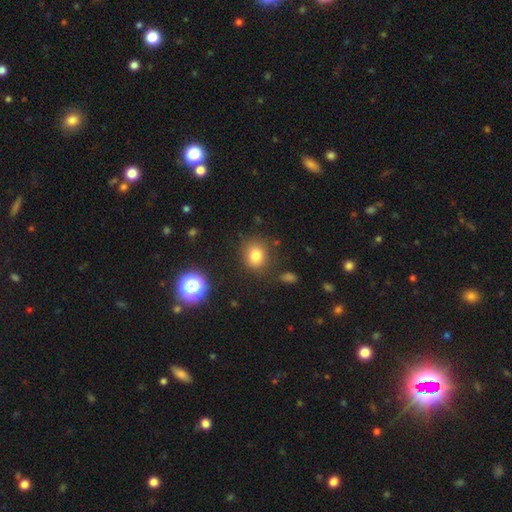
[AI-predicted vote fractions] Morphology: type=smooth (79%); roundness=round (74%); merging=none (82%).